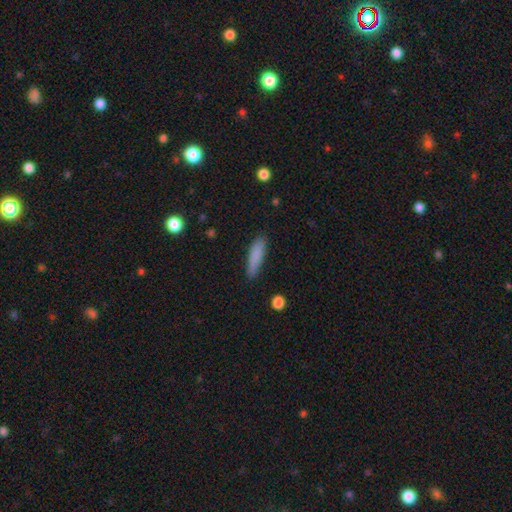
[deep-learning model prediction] The model was most divided on "how rounded": cigar-shaped: 77%, in between: 21%, round: 2%. More confident: smooth or featured — smooth (83%); merging — none (81%).